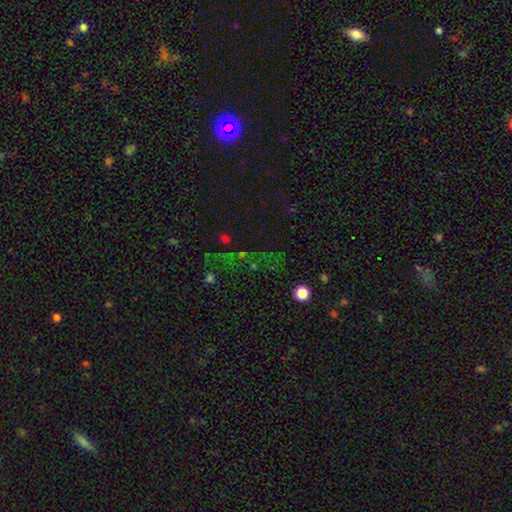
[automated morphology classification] The model was most divided on "smooth or featured": star or artifact: 64%, smooth: 23%, featured or disk: 13%.